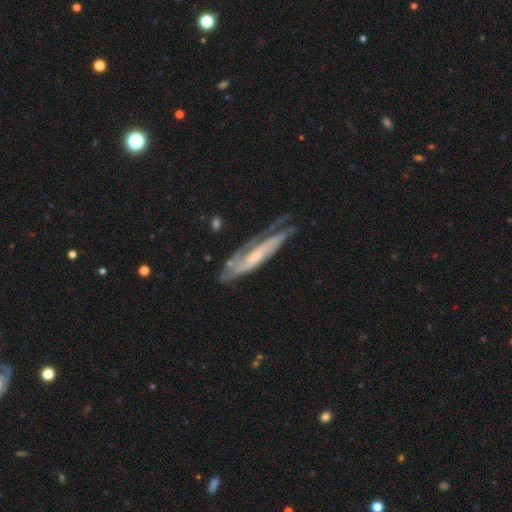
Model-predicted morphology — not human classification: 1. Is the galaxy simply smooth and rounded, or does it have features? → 76% featured or disk, 17% smooth, 7% star or artifact.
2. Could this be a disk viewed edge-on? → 67% no, 33% yes.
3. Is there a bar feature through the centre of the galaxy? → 56% no, 31% weak, 13% strong.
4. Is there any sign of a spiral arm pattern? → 87% yes, 13% no.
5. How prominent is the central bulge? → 53% small, 31% moderate, 11% none, 4% large, 1% dominant.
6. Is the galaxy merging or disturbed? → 53% none, 25% minor disturbance, 19% major disturbance, 3% merger.